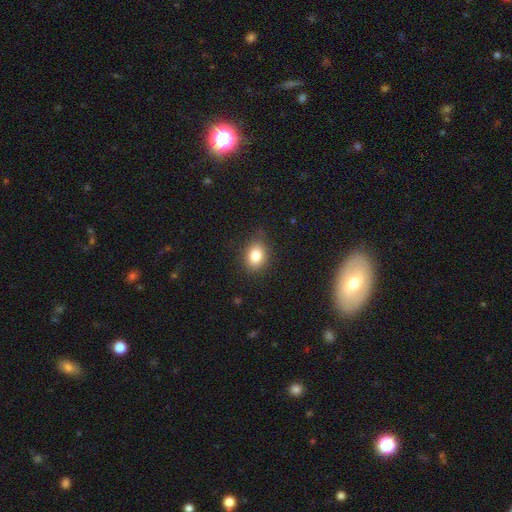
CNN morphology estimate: smooth_or_featured: smooth (p=0.83) [alt: star or artifact p=0.10]
how_rounded: in between (p=0.67) [alt: round p=0.32]
merging: none (p=0.80) [alt: minor disturbance p=0.15]